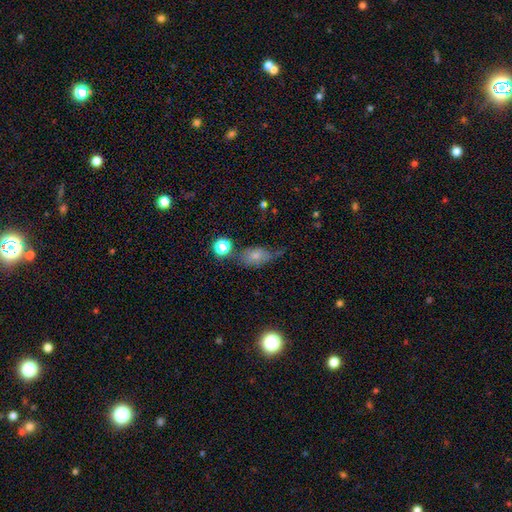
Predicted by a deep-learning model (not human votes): Smooth or featured? smooth (68%)
How rounded? in between (81%)
Merging? none (45%)